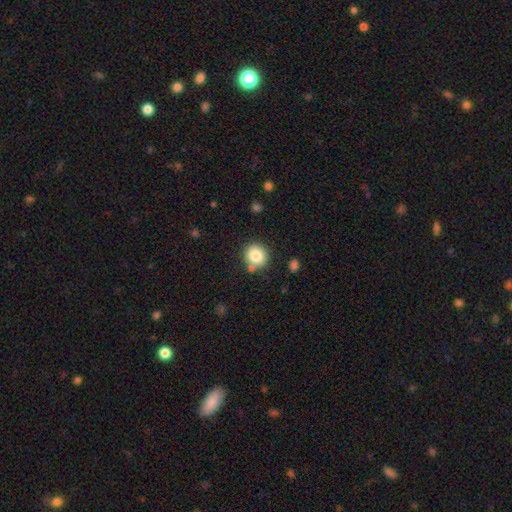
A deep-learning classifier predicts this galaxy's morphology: Overall: smooth (82%). How rounded: round (88%). Merging: none (81%).